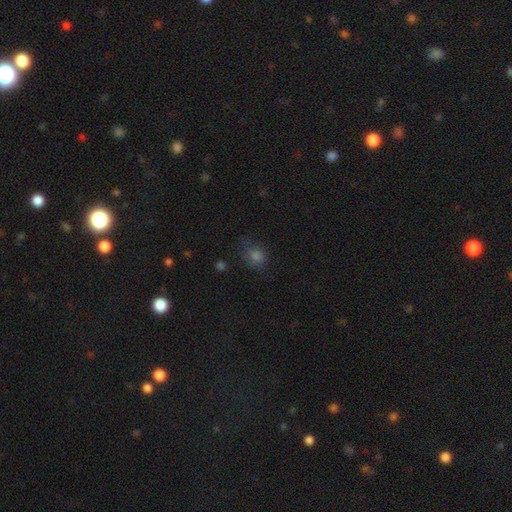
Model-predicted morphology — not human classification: Q: Smooth or featured?
A: smooth (71%); runner-up: star or artifact (21%)
Q: How rounded?
A: round (70%); runner-up: in between (28%)
Q: Merging?
A: none (70%); runner-up: minor disturbance (20%)